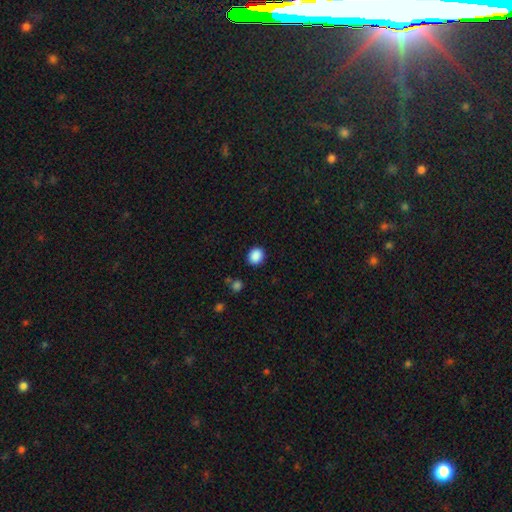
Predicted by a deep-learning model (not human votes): Smooth or featured? Predicted: smooth (p=0.88). How rounded? Predicted: round (p=0.71). Merging? Predicted: none (p=0.89).